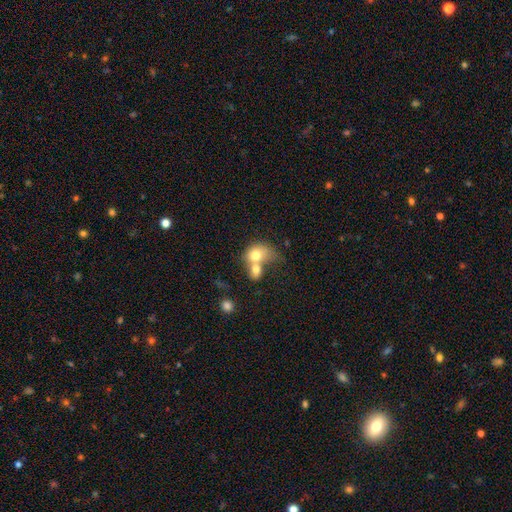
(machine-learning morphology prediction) This appears to be a smooth galaxy with no disk features (72%) that is in between round and cigar-shaped (57%). Merging: merger (74%).